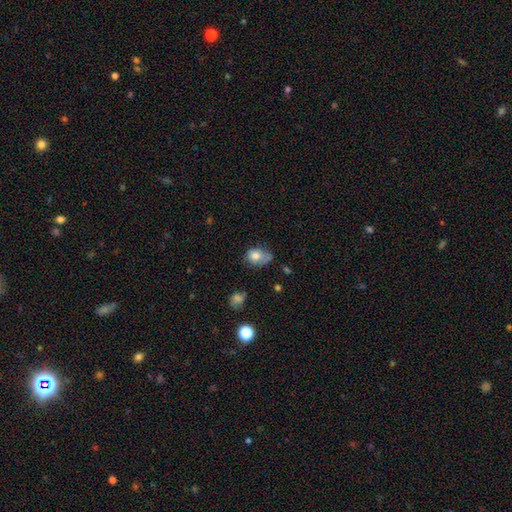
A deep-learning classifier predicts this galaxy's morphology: Smooth or featured: smooth — 77% (featured or disk — 14%)
How rounded: in between — 64% (round — 35%)
Merging: minor disturbance — 38% (none — 35%)